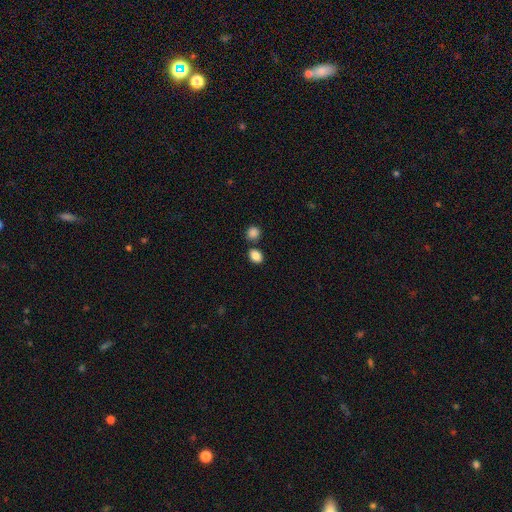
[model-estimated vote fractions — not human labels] Overall: smooth (86%). How rounded: in between (62%; round 37%). Merging: none (71%).